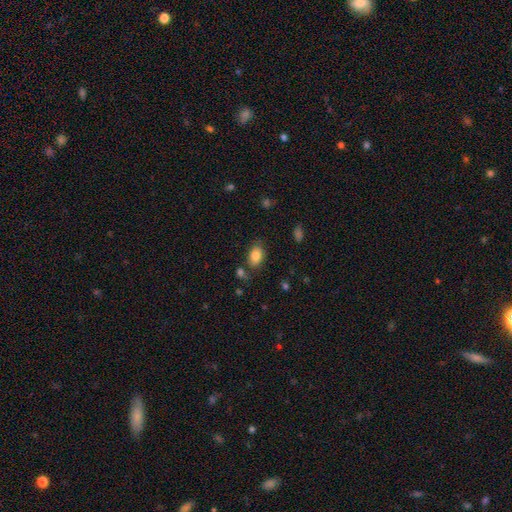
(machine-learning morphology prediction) Q: Smooth or featured?
A: smooth (85%); runner-up: star or artifact (8%)
Q: How rounded?
A: in between (86%); runner-up: round (13%)
Q: Merging?
A: none (74%); runner-up: minor disturbance (15%)